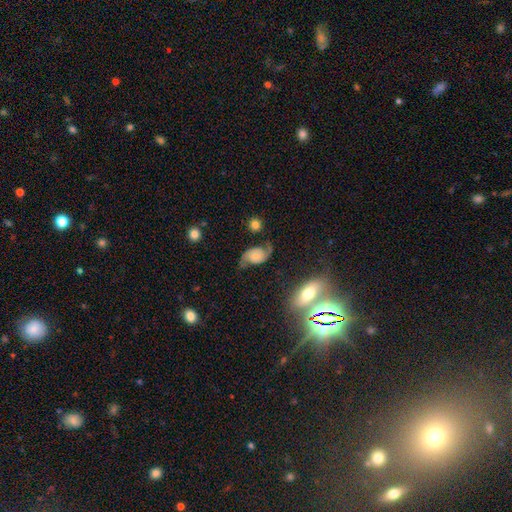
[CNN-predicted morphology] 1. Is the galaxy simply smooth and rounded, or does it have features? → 79% featured or disk, 14% smooth, 7% star or artifact.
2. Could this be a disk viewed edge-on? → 97% no, 3% yes.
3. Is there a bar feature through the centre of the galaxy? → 70% no, 24% weak, 6% strong.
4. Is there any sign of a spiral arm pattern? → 95% yes, 5% no.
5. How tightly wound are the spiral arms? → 49% loose, 38% medium, 14% tight.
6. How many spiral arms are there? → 92% 2, 3% can't tell, 2% 1, 1% 3, 1% 4, 1% more than 4.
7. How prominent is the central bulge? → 45% small, 38% moderate, 7% none, 7% large, 3% dominant.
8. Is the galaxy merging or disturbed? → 65% none, 20% minor disturbance, 11% major disturbance, 4% merger.